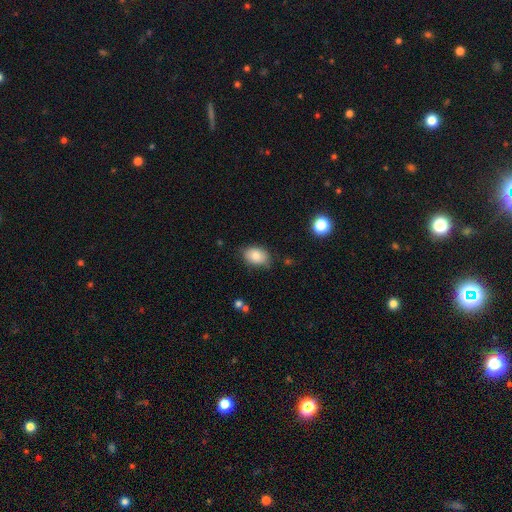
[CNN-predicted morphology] Q: Smooth or featured?
A: smooth (82%); runner-up: featured or disk (10%)
Q: How rounded?
A: in between (81%); runner-up: round (18%)
Q: Merging?
A: none (76%); runner-up: minor disturbance (18%)